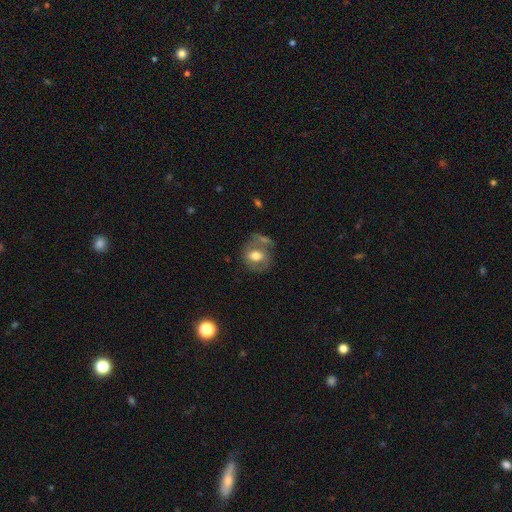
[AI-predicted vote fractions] smooth 52%, featured or disk 40%, star or artifact 8%. Down the decision tree: how rounded — round (54%); merging — none (52%).